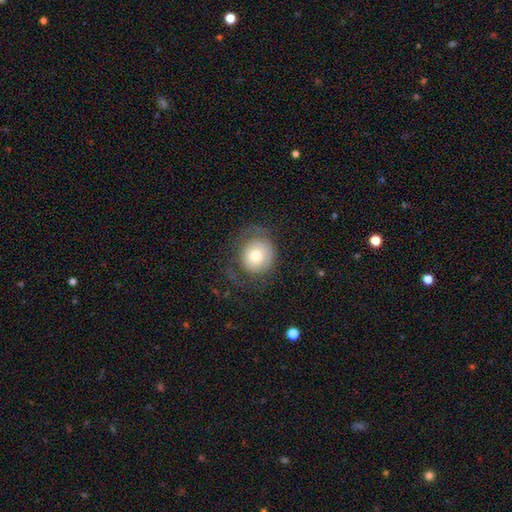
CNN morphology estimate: Smooth or featured?
  - smooth: 62% *
  - featured or disk: 30%
  - star or artifact: 8%
How rounded?
  - round: 84% *
  - in between: 15%
  - cigar-shaped: 1%
Merging?
  - none: 60% *
  - major disturbance: 20%
  - minor disturbance: 19%
  - merger: 1%